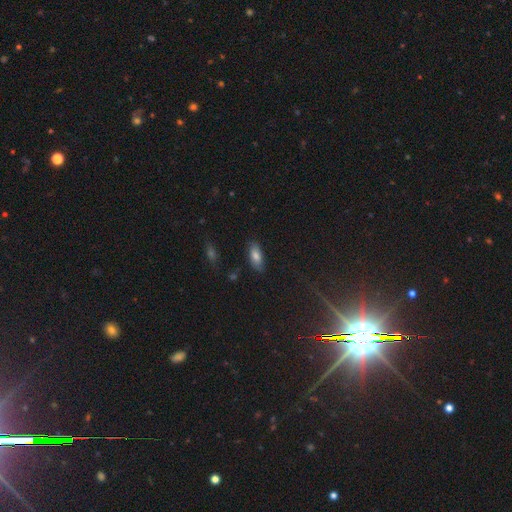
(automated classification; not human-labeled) Overall: smooth (78%). How rounded: in between (81%). Merging: none (82%).